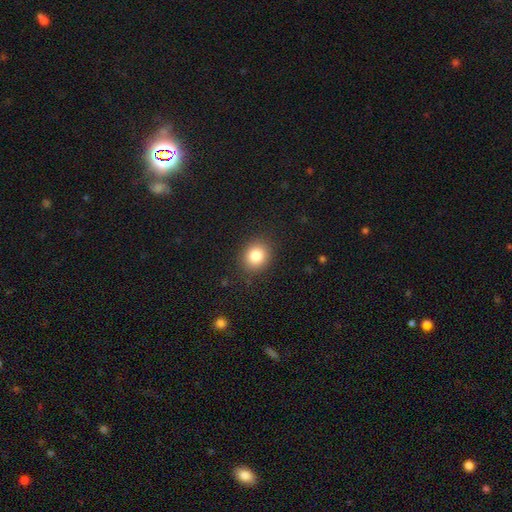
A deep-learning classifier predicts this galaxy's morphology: type=smooth (83%); roundness=round (71%); merging=none (88%).